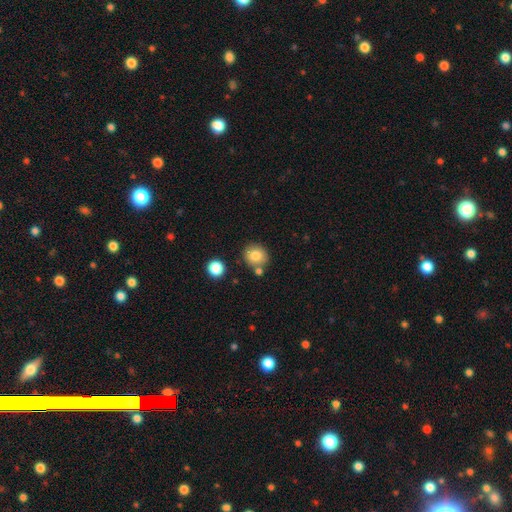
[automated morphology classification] smooth_or_featured: smooth (p=0.81) [alt: star or artifact p=0.10]
how_rounded: round (p=0.84) [alt: in between p=0.15]
merging: none (p=0.74) [alt: merger p=0.13]